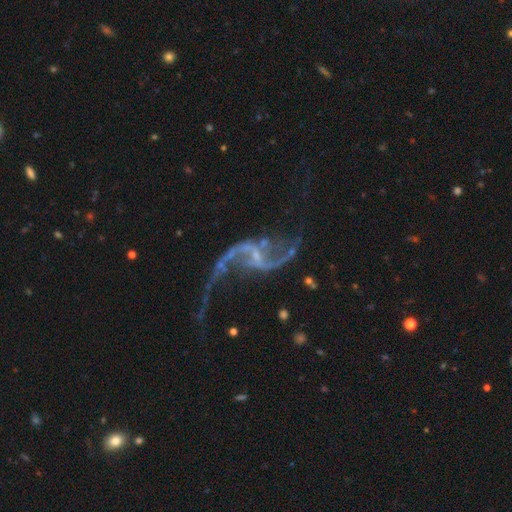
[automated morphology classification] smooth-or-featured: featured or disk: 92% | star or artifact: 6% | smooth: 3%
  disk-edge-on: no: 98% | yes: 2%
    bar: weak: 46% | no: 27% | strong: 27%
    has-spiral-arms: yes: 96% | no: 4%
      spiral-winding: loose: 90% | medium: 7% | tight: 2%
      spiral-arm-count: 2: 94% | 1: 2% | can't tell: 1% | 3: 1% | 4: 1% | more than 4: 1%
    bulge-size: small: 60% | none: 28% | moderate: 9% | large: 1% | dominant: 1%
  merging: none: 55% | major disturbance: 21% | minor disturbance: 17% | merger: 8%